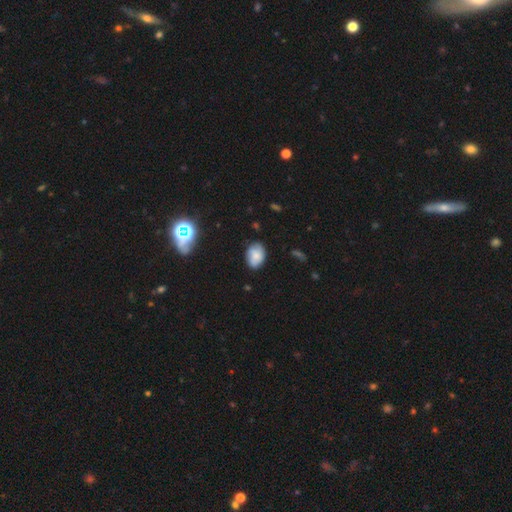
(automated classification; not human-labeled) A smooth galaxy with no disk features (66%) that is in between round and cigar-shaped (81%). Merging: none (74%).